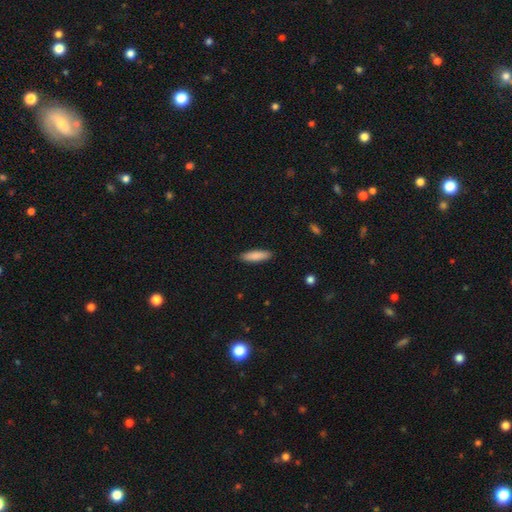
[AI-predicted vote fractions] Overall: smooth (86%). How rounded: cigar-shaped (65%; in between 34%). Merging: none (89%).